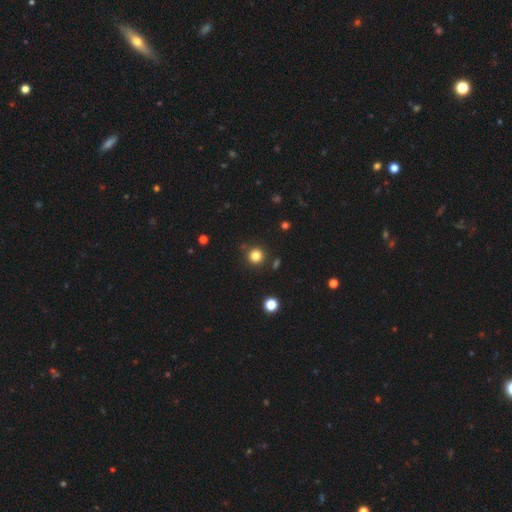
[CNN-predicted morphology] Smooth or featured? smooth (82%)
How rounded? round (94%)
Merging? none (87%)